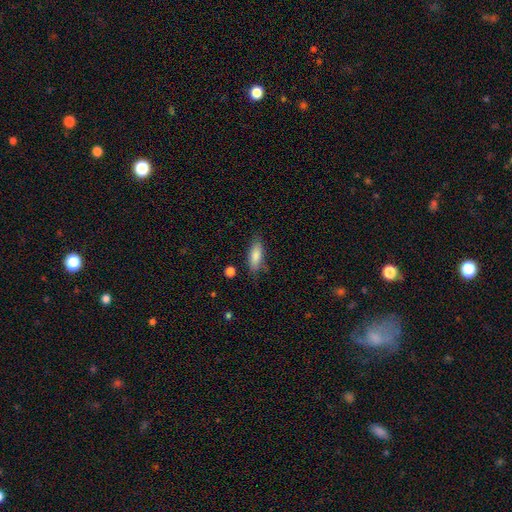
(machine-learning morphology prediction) A smooth galaxy with no disk features (83%) that is in between round and cigar-shaped (69%). Merging: none (77%).